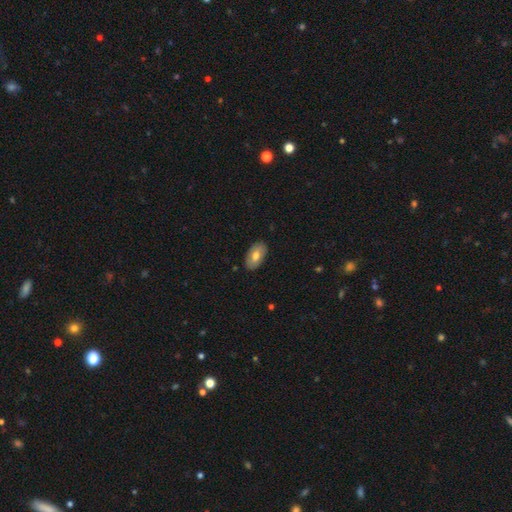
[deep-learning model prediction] smooth-or-featured: smooth: 65% | featured or disk: 29% | star or artifact: 6%
  how-rounded: in between: 94% | round: 4% | cigar-shaped: 2%
  merging: none: 87% | minor disturbance: 10% | major disturbance: 2% | merger: 1%